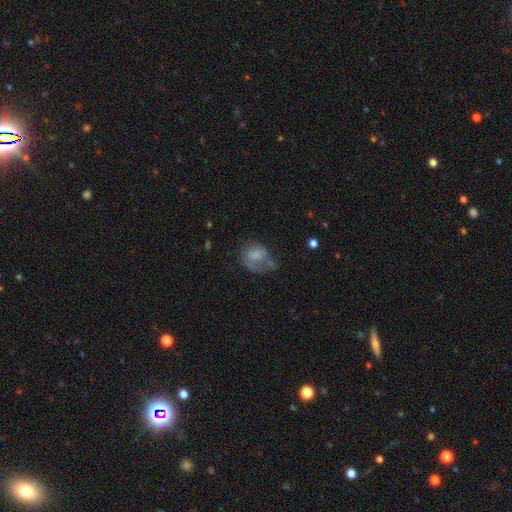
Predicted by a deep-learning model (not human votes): A smooth galaxy with no disk features (61%) that is in between round and cigar-shaped (52%). Merging: major disturbance (33%).